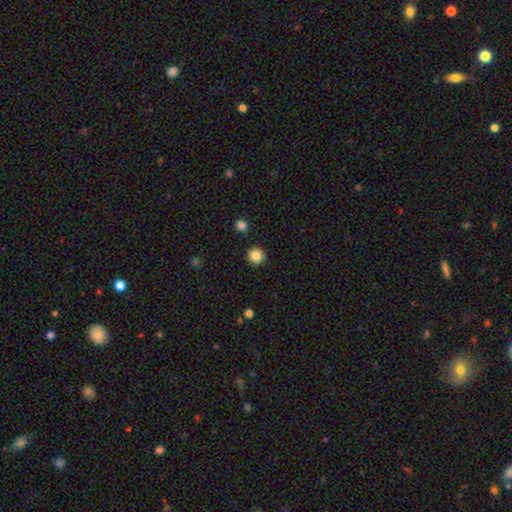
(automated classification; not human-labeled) Morphology: type=smooth (86%); roundness=round (94%); merging=none (90%).